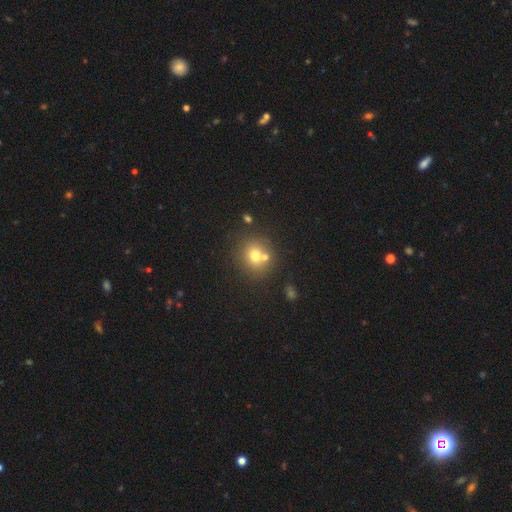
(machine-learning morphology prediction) This appears to be a smooth galaxy with no disk features (70%) that is round (84%). Merging: none (61%).